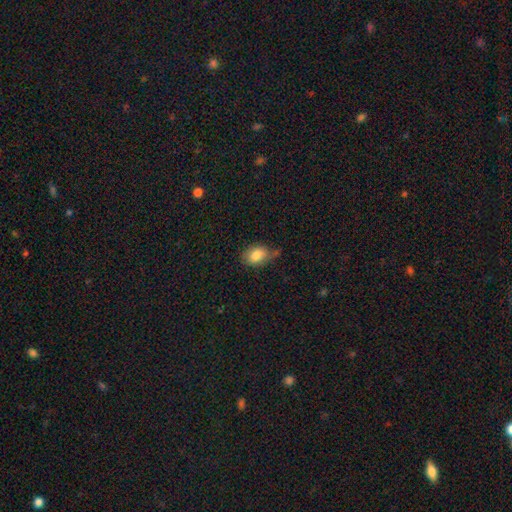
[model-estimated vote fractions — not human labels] The model was most divided on "merging": none: 48%, minor disturbance: 36%, major disturbance: 12%, merger: 4%. More confident: smooth or featured — smooth (81%); how rounded — in between (78%).